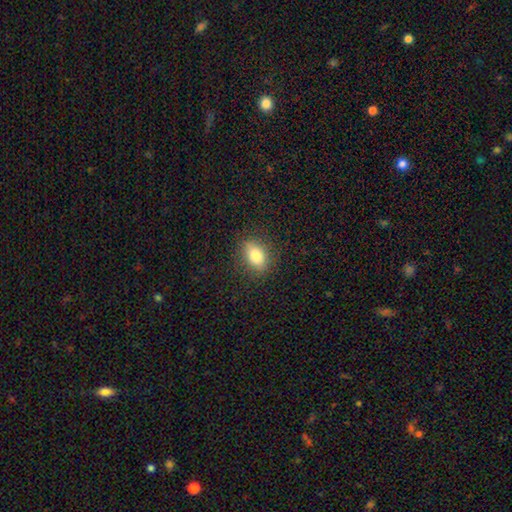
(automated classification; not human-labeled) Smooth or featured?
  - smooth: 82% *
  - star or artifact: 9%
  - featured or disk: 9%
How rounded?
  - in between: 79% *
  - round: 19%
  - cigar-shaped: 3%
Merging?
  - none: 85% *
  - minor disturbance: 10%
  - major disturbance: 3%
  - merger: 1%